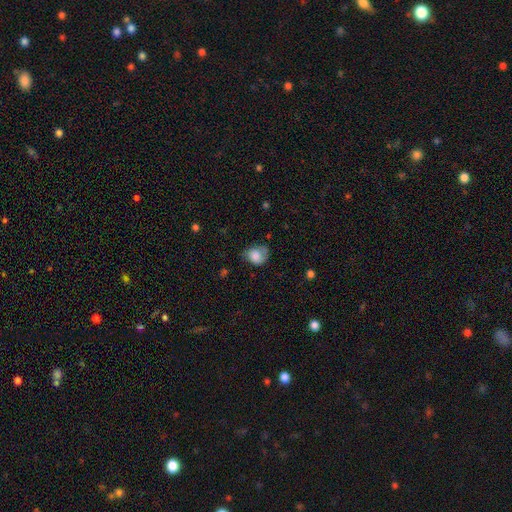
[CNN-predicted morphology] Smooth or featured: smooth — 72% (featured or disk — 20%)
How rounded: round — 50% (in between — 49%)
Merging: none — 39% (minor disturbance — 36%)